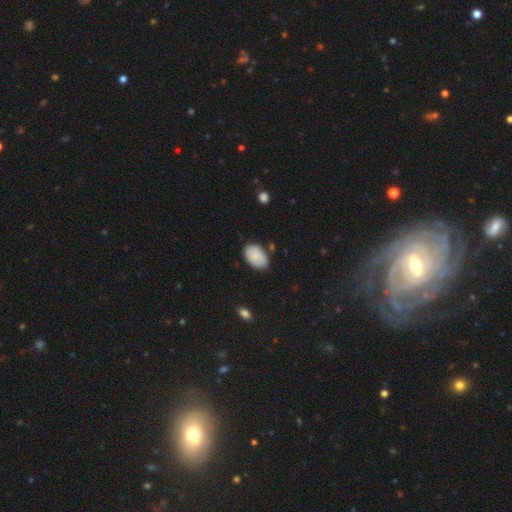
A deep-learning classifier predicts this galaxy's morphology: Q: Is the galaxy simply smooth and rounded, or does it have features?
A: smooth — 81%.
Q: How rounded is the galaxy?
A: in between — 90%.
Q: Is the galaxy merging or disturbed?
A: none — 72%.